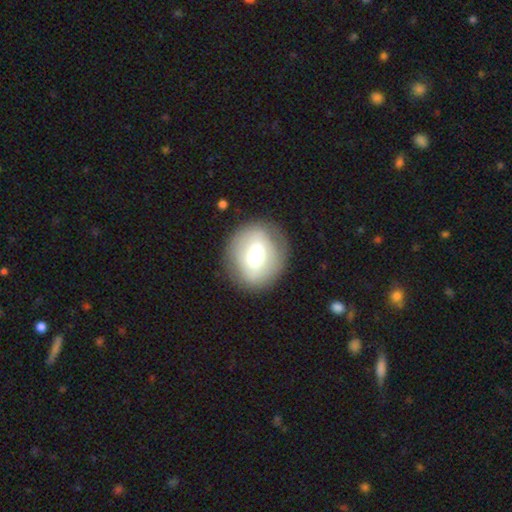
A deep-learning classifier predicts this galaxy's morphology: Smooth or featured: smooth — 56% (featured or disk — 34%)
How rounded: round — 80% (in between — 18%)
Merging: none — 81% (minor disturbance — 12%)